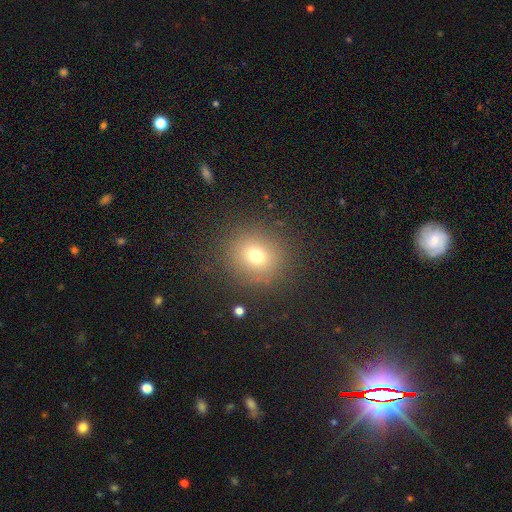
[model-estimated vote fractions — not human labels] Smooth or featured? smooth (71%)
How rounded? round (88%)
Merging? none (86%)